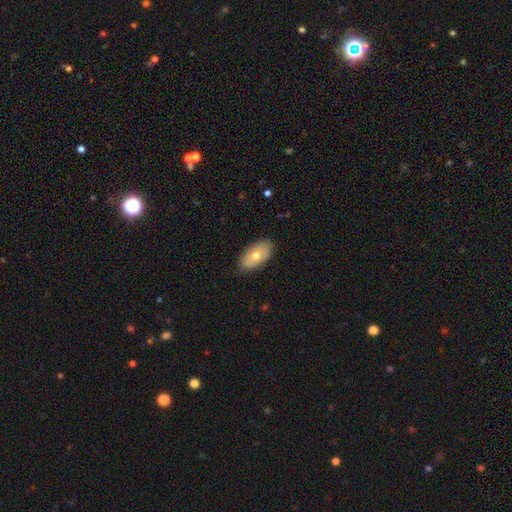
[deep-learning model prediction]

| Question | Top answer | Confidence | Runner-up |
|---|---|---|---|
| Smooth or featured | smooth | 62% | featured or disk (32%) |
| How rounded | in between | 93% | round (5%) |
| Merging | none | 86% | minor disturbance (11%) |